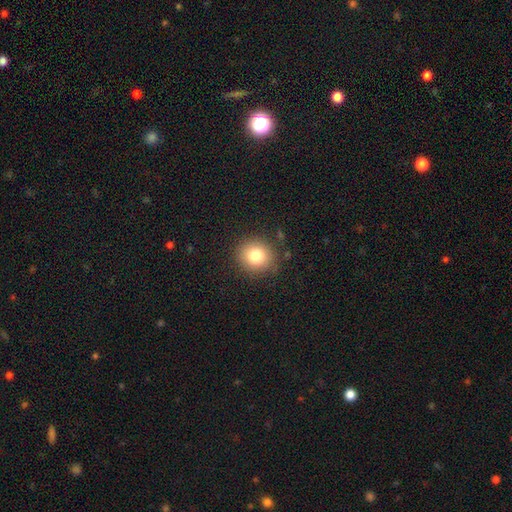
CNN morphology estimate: Smooth or featured?
  - smooth: 80% *
  - star or artifact: 11%
  - featured or disk: 9%
How rounded?
  - round: 87% *
  - in between: 12%
  - cigar-shaped: 1%
Merging?
  - none: 86% *
  - minor disturbance: 9%
  - major disturbance: 3%
  - merger: 2%